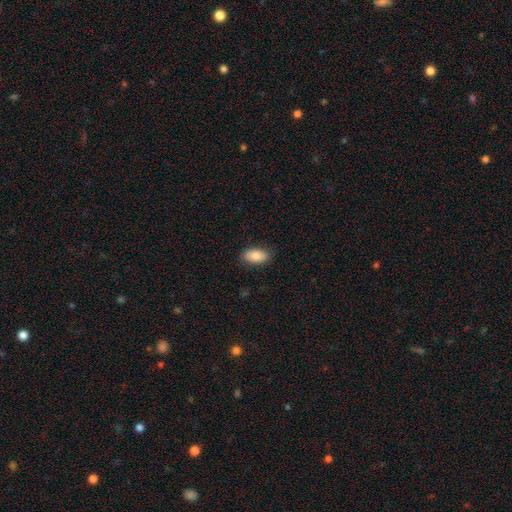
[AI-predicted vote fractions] Morphology: type=smooth (86%); roundness=in between (93%); merging=none (86%).